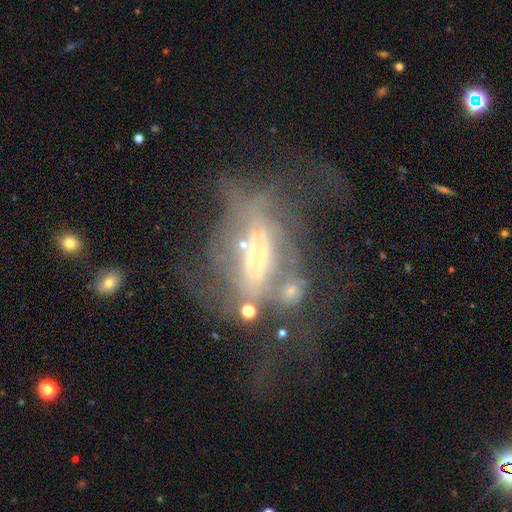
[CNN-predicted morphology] This is likely a featured or disk galaxy (65%). It is likely not viewed edge-on (78%). Bar: possibly no (54%). Spiral arm pattern: likely no (67%). Central bulge: marginally none (31%). Merging: marginally major disturbance (44%).